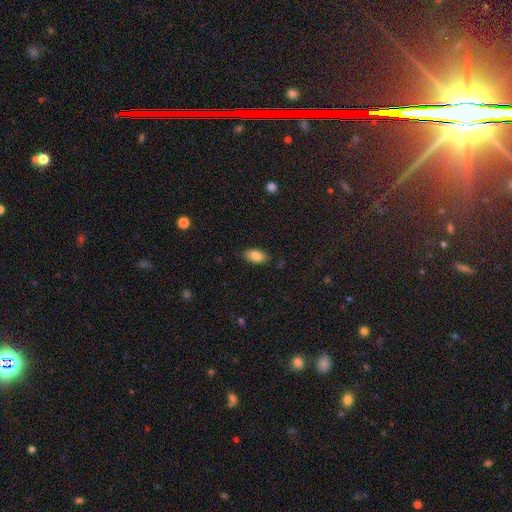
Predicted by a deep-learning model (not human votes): smooth_or_featured: smooth (p=0.85) [alt: star or artifact p=0.08]
how_rounded: in between (p=0.92) [alt: cigar-shaped p=0.04]
merging: none (p=0.80) [alt: minor disturbance p=0.15]